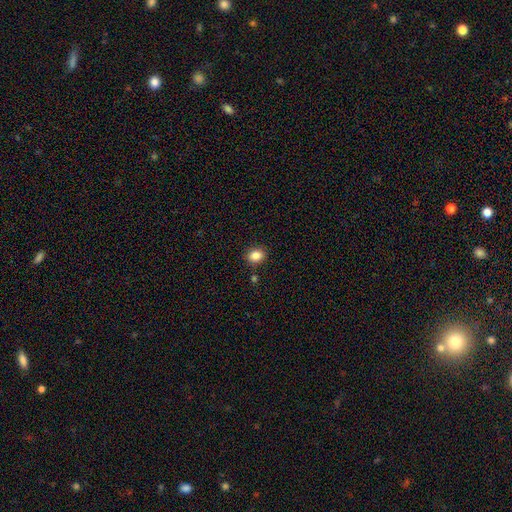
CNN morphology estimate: smooth-or-featured: smooth: 85% | star or artifact: 10% | featured or disk: 5%
  how-rounded: round: 50% | in between: 49% | cigar-shaped: 1%
  merging: none: 85% | minor disturbance: 9% | merger: 4% | major disturbance: 2%